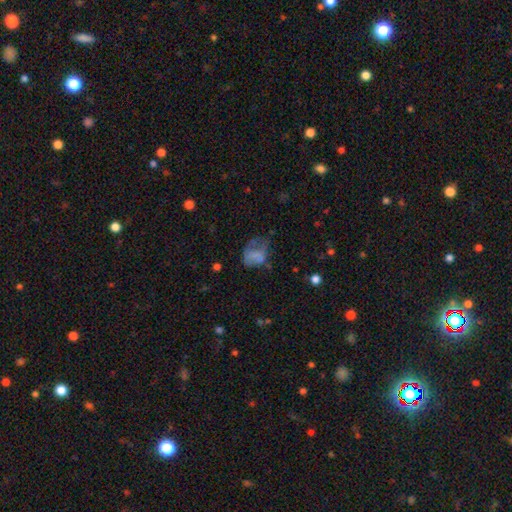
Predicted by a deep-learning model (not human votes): Q: Smooth or featured?
A: smooth (61%); runner-up: featured or disk (26%)
Q: How rounded?
A: in between (63%); runner-up: round (35%)
Q: Merging?
A: major disturbance (40%); runner-up: minor disturbance (28%)